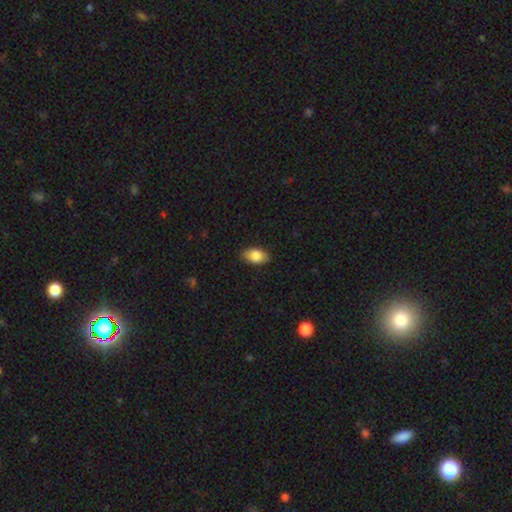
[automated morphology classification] The model was most divided on "merging": none: 86%, minor disturbance: 10%, major disturbance: 2%, merger: 1%. More confident: how rounded — in between (90%); smooth or featured — smooth (85%).